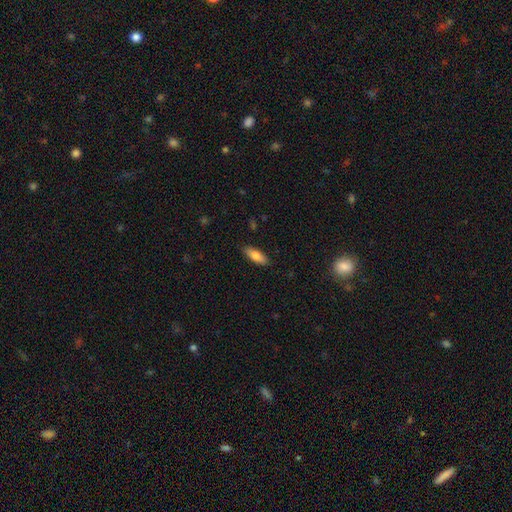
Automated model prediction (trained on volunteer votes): Q: Smooth or featured?
A: smooth (82%); runner-up: featured or disk (12%)
Q: How rounded?
A: in between (69%); runner-up: cigar-shaped (29%)
Q: Merging?
A: none (87%); runner-up: minor disturbance (10%)